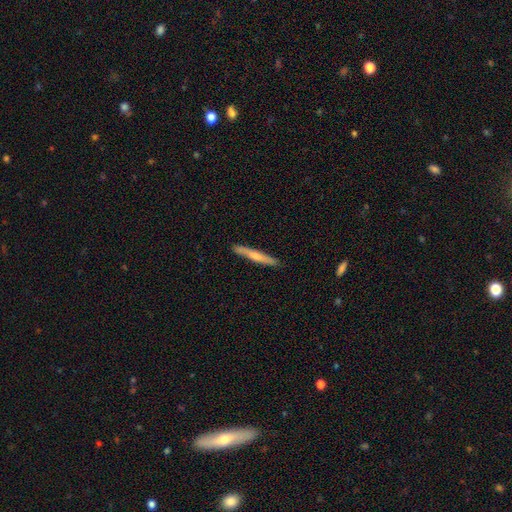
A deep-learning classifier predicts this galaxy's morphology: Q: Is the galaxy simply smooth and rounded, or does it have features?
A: smooth — 55%.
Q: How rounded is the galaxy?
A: cigar-shaped — 95%.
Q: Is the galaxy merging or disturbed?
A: none — 89%.